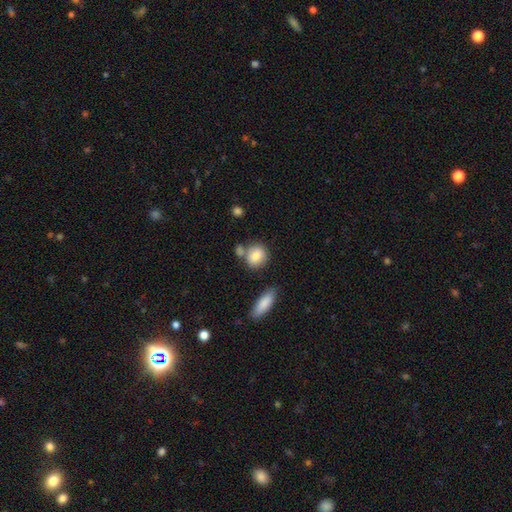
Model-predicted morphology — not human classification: This is clearly a smooth galaxy (83%). How rounded: likely round (65%). Merging: likely none (62%).